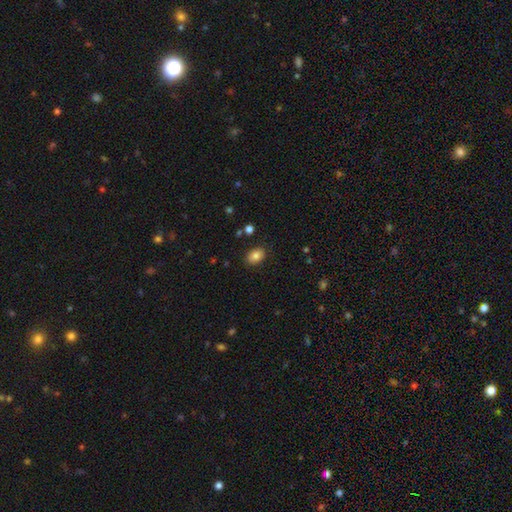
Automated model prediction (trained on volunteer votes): A smooth galaxy with no disk features (83%) that is in between round and cigar-shaped (78%). Merging: none (86%).